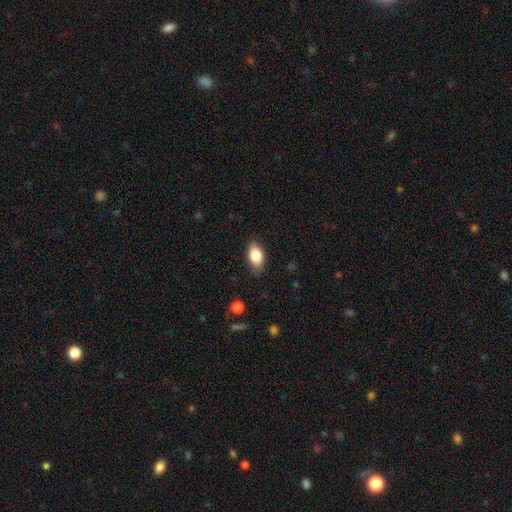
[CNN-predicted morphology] Smooth or featured? Predicted: smooth (p=0.84). How rounded? Predicted: in between (p=0.90). Merging? Predicted: none (p=0.83).